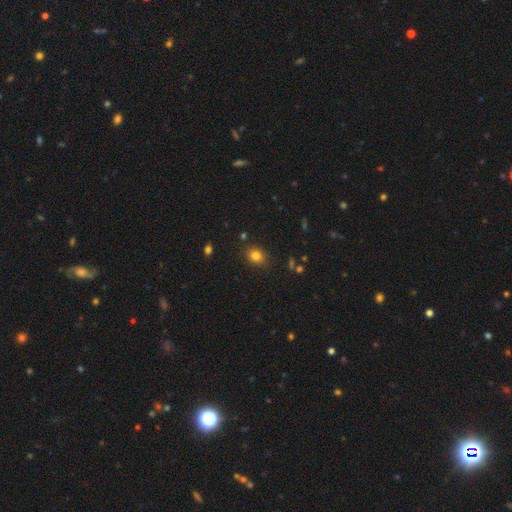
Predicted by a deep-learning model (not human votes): Smooth or featured: smooth — 81% (star or artifact — 13%)
How rounded: round — 51% (in between — 48%)
Merging: none — 84% (minor disturbance — 11%)